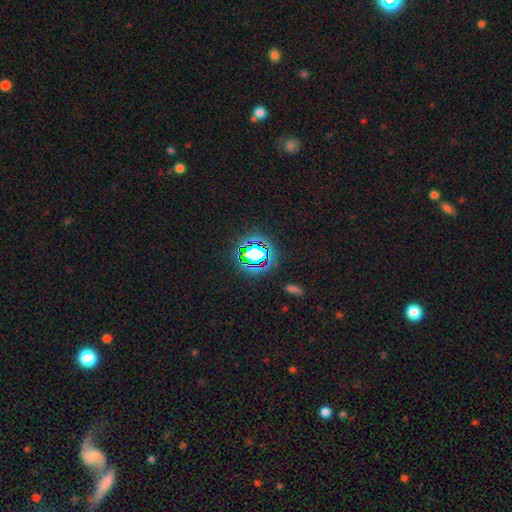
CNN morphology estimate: Smooth or featured: star or artifact — 77% (smooth — 15%)